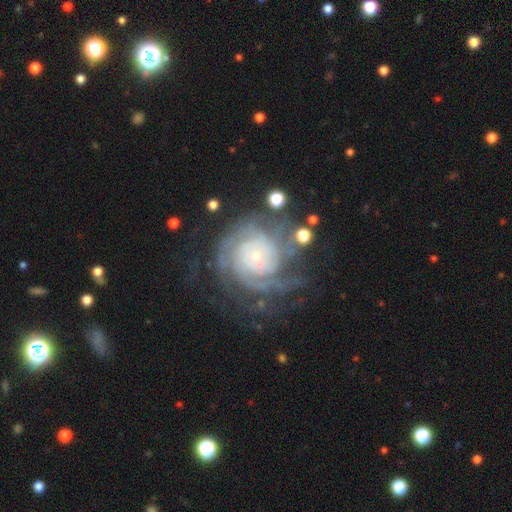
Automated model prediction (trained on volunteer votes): A featured or disk galaxy (85%) with no bar (79%), tight (75%) spiral arms (95%) and a small central bulge (78%). Merging: none (64%).